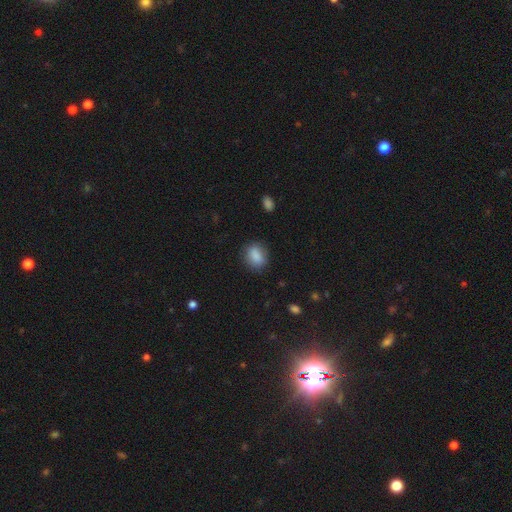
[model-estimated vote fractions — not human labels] smooth-or-featured: smooth: 86% | star or artifact: 8% | featured or disk: 6%
  how-rounded: in between: 65% | round: 33% | cigar-shaped: 2%
  merging: none: 82% | minor disturbance: 13% | major disturbance: 4% | merger: 1%